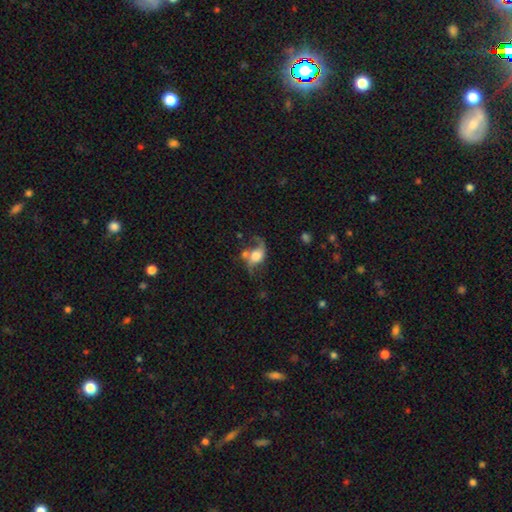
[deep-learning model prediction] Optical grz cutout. It shows a featured or disk galaxy (65%) with no bar (67%), 2 (74%) loose (76%) spiral arms (87%) and a large central bulge (44%). Merging: none (39%).